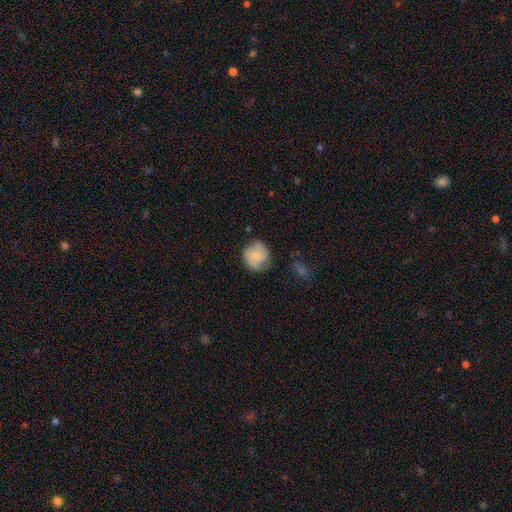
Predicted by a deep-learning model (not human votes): smooth-or-featured: smooth: 62% | featured or disk: 30% | star or artifact: 8%
  how-rounded: round: 84% | in between: 15% | cigar-shaped: 1%
  merging: none: 66% | minor disturbance: 23% | major disturbance: 8% | merger: 2%